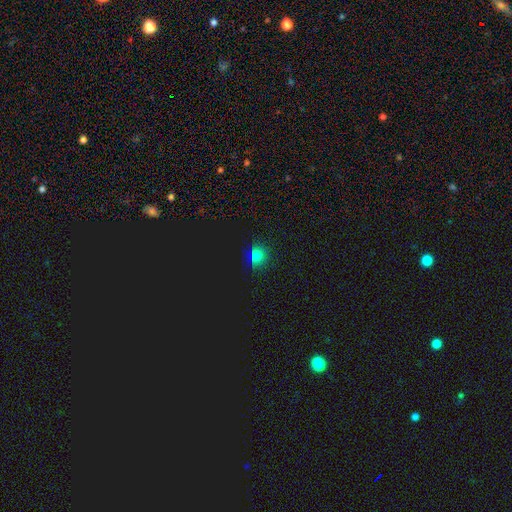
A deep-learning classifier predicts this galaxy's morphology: This is likely a smooth galaxy (68%). How rounded: likely round (68%). Merging: clearly none (81%).